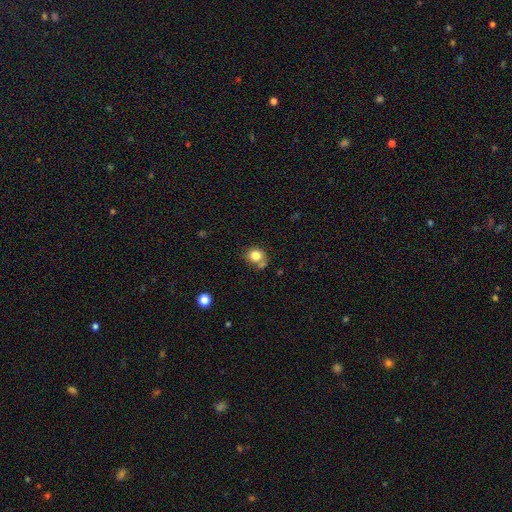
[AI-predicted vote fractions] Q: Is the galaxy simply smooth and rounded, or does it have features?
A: smooth — 81%.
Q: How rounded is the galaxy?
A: round — 75%.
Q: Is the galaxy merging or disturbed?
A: none — 57%.